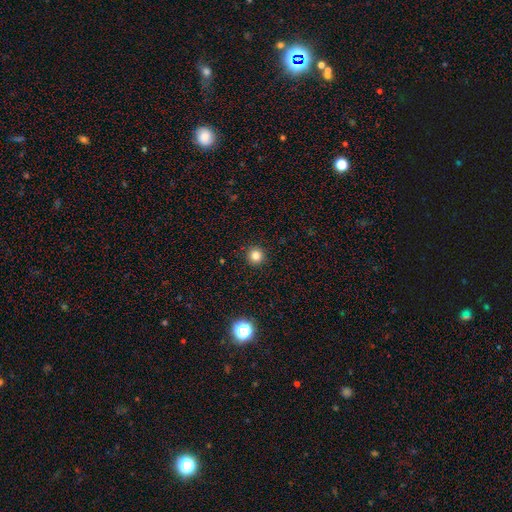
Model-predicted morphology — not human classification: Smooth or featured: smooth — 82% (star or artifact — 13%)
How rounded: round — 96% (in between — 3%)
Merging: none — 93% (minor disturbance — 5%)